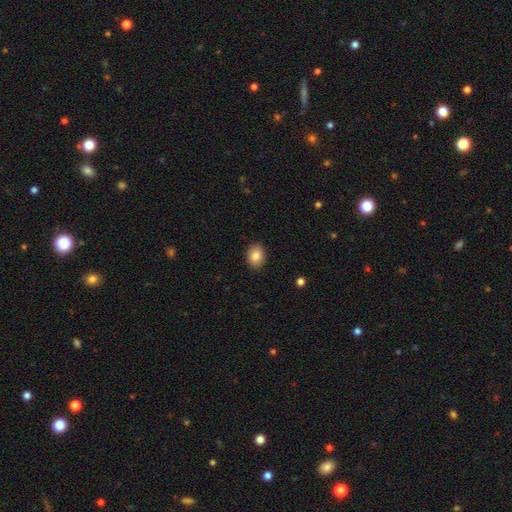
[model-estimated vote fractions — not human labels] Smooth or featured?
  - smooth: 85% *
  - star or artifact: 9%
  - featured or disk: 7%
How rounded?
  - in between: 60% *
  - round: 39%
  - cigar-shaped: 1%
Merging?
  - none: 90% *
  - minor disturbance: 7%
  - major disturbance: 2%
  - merger: 1%